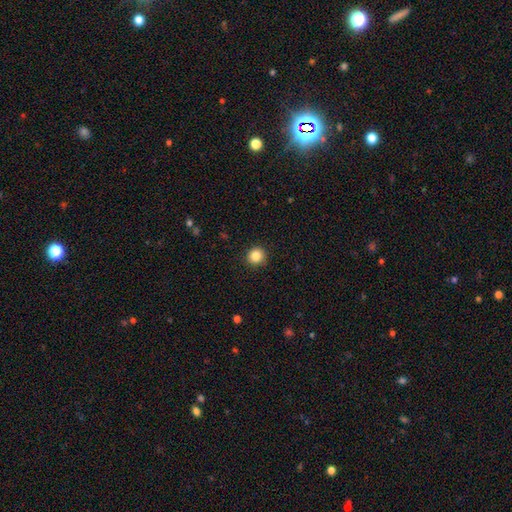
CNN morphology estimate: A smooth galaxy with no disk features (85%) that is round (92%).

Vote fractions:
- Smooth or featured? smooth: 85% / star or artifact: 10% / featured or disk: 5%
- How rounded? round: 92% / in between: 7% / cigar-shaped: 1%
- Merging? none: 92% / minor disturbance: 5% / major disturbance: 2% / merger: 1%